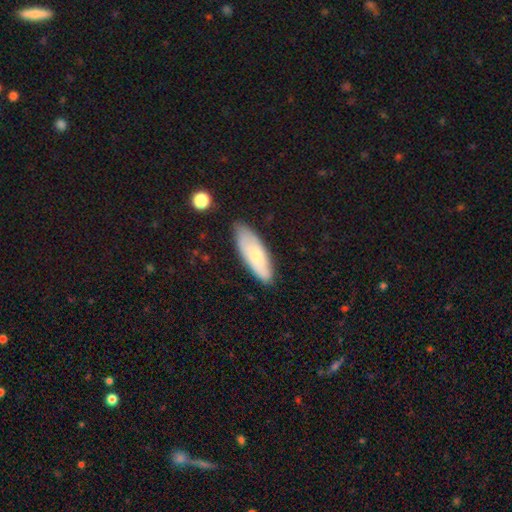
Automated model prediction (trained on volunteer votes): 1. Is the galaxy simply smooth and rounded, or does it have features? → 66% smooth, 27% featured or disk, 7% star or artifact.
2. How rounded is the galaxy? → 62% in between, 37% cigar-shaped, 2% round.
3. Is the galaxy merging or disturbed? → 78% none, 17% minor disturbance, 3% major disturbance, 2% merger.